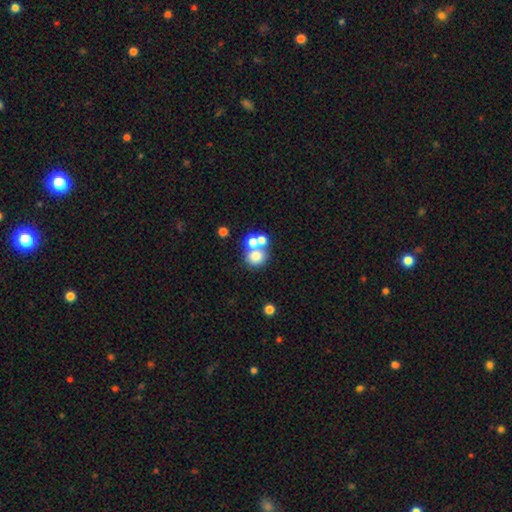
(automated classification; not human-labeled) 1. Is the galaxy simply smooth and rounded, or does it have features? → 69% smooth, 17% featured or disk, 14% star or artifact.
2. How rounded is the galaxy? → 80% round, 19% in between, 1% cigar-shaped.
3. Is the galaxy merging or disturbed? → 47% merger, 41% none, 7% minor disturbance, 5% major disturbance.